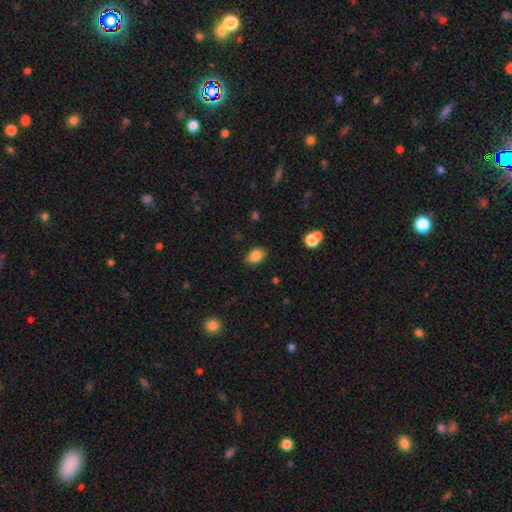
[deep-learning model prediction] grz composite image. It shows a smooth galaxy with no disk features (85%) that is in between round and cigar-shaped (82%). Merging: none (83%).